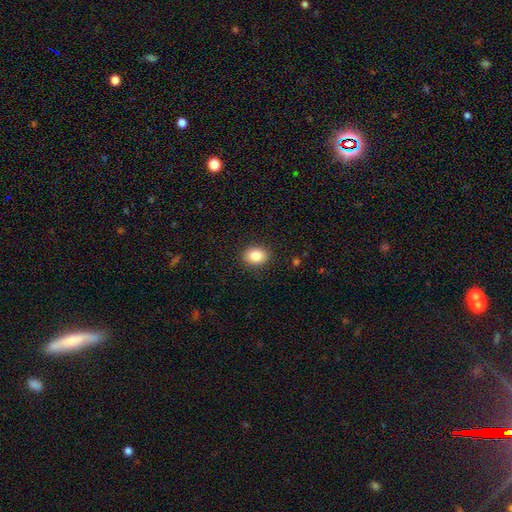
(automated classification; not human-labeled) Morphology: type=smooth (85%); roundness=in between (65%); merging=none (89%).